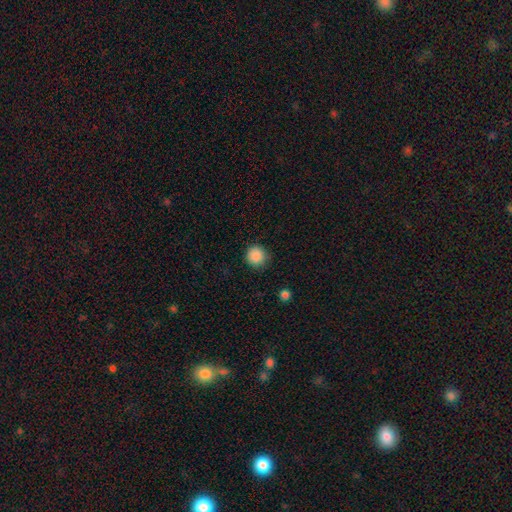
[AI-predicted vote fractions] This is clearly a smooth galaxy (88%). How rounded: clearly round (93%). Merging: clearly none (86%).